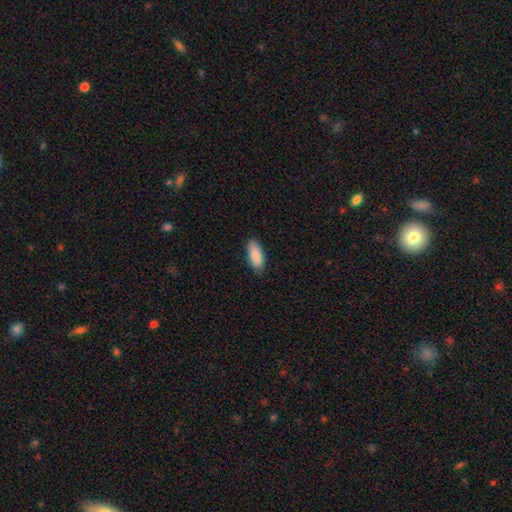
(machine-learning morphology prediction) A smooth galaxy with no disk features (90%) that is in between round and cigar-shaped (80%). Merging: none (83%).